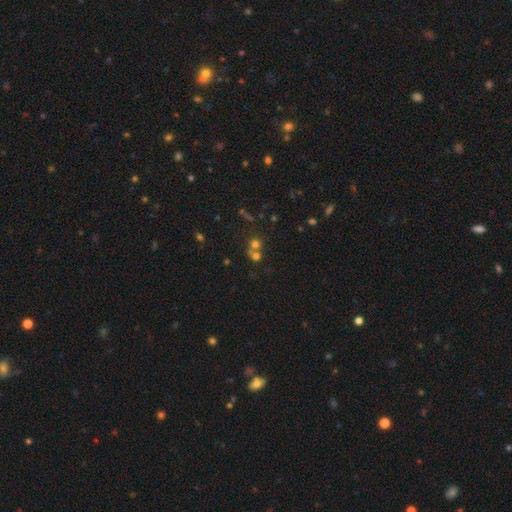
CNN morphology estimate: Smooth or featured? smooth (61%)
How rounded? round (85%)
Merging? merger (49%)